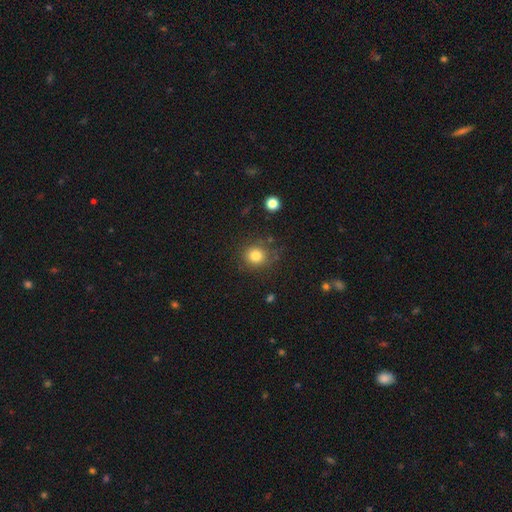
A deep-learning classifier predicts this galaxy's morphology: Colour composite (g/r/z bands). It shows a smooth galaxy with no disk features (81%) that is round (86%). Merging: none (80%).